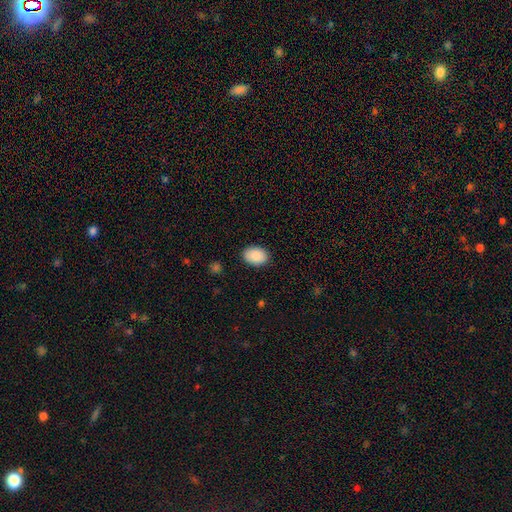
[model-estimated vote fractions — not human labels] This is clearly a smooth galaxy (90%). How rounded: clearly in between (84%). Merging: clearly none (88%).